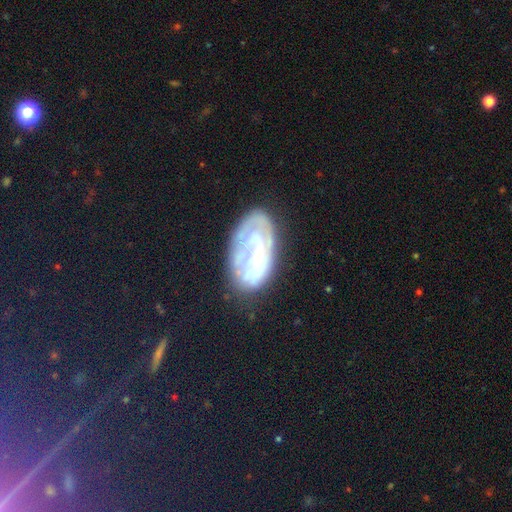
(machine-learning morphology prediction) The model was most divided on "bulge size": small: 48%, none: 28%, moderate: 18%, large: 4%, dominant: 2%. More confident: edge-on disk — no (95%); bar — no (66%); smooth or featured — featured or disk (65%); merging — none (65%); spiral arms — yes (64%).